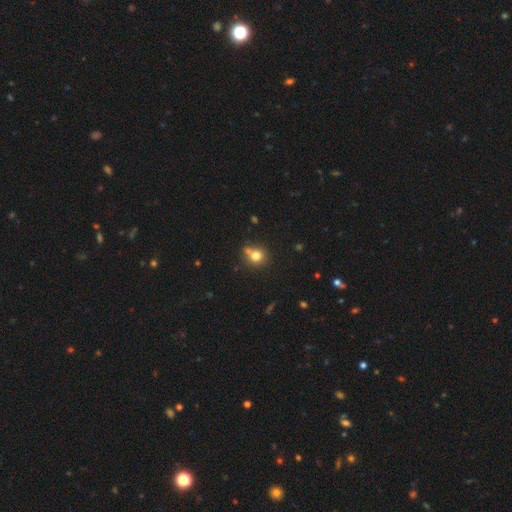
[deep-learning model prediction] This appears to be a smooth galaxy with no disk features (77%) that is round (83%). Merging: none (60%).